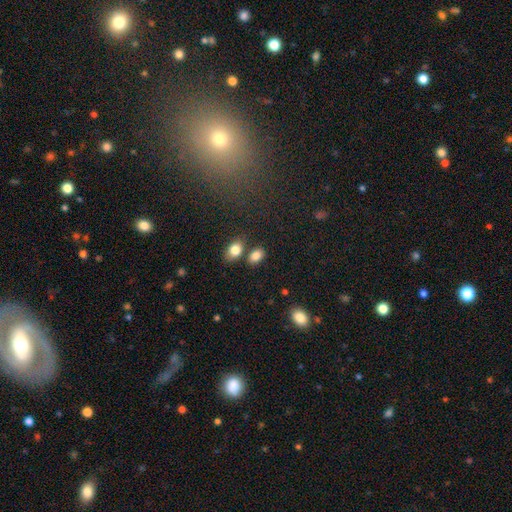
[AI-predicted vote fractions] This is clearly a smooth galaxy (84%). How rounded: clearly in between (85%). Merging: likely none (66%).